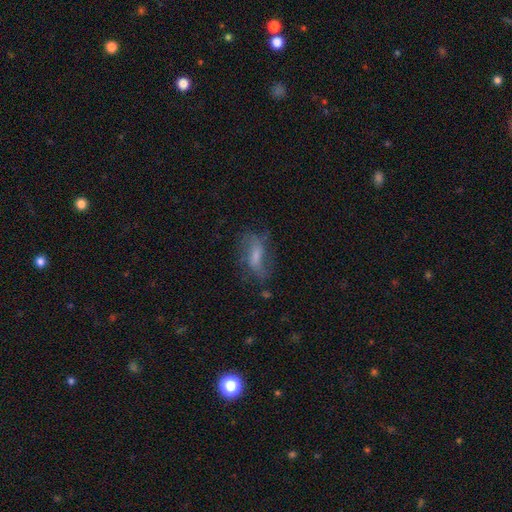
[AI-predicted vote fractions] Q: Smooth or featured?
A: featured or disk (52%); runner-up: smooth (37%)
Q: Edge-on disk?
A: no (86%); runner-up: yes (14%)
Q: Merging?
A: none (61%); runner-up: minor disturbance (22%)